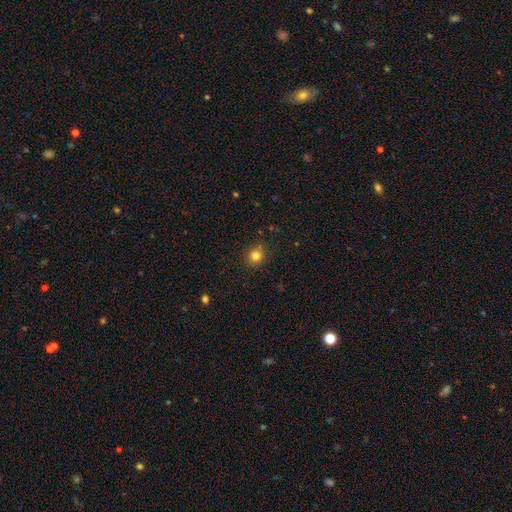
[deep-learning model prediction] Q: Smooth or featured?
A: smooth (80%); runner-up: star or artifact (13%)
Q: How rounded?
A: round (82%); runner-up: in between (17%)
Q: Merging?
A: none (87%); runner-up: minor disturbance (9%)